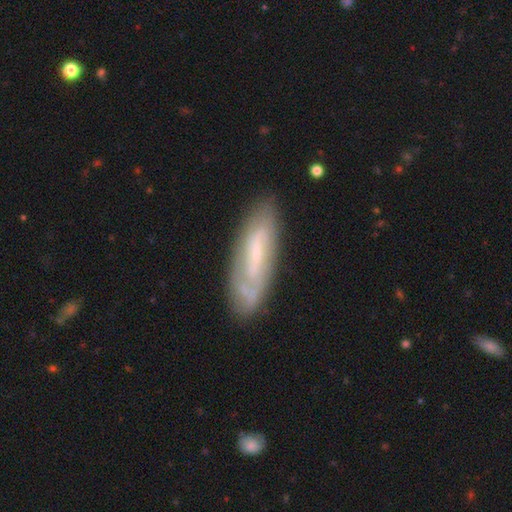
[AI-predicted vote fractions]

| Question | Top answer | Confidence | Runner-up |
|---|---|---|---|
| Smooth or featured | featured or disk | 56% | smooth (37%) |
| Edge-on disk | no | 74% | yes (26%) |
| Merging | none | 73% | minor disturbance (19%) |